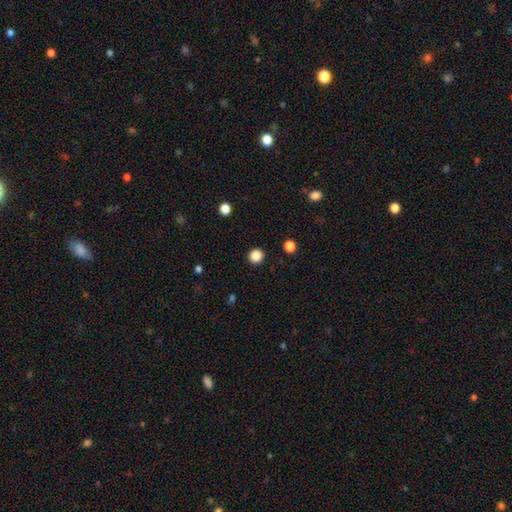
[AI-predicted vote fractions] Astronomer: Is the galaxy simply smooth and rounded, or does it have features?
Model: smooth — 86%.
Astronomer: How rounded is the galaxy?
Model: round — 91%.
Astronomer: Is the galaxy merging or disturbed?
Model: none — 92%.